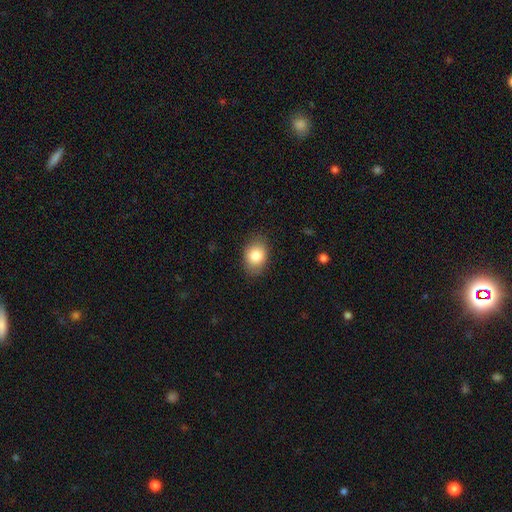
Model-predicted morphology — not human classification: Overall: smooth (84%). How rounded: in between (75%). Merging: none (84%).